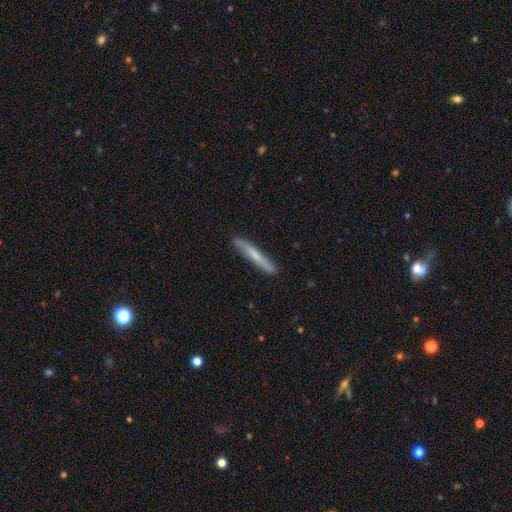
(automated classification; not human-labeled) This appears to be a smooth galaxy with no disk features (54%) that is cigar-shaped (95%). Merging: none (87%).